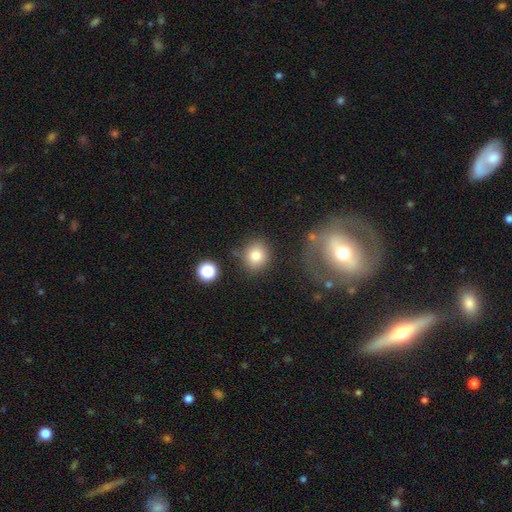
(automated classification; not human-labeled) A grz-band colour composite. It shows a smooth galaxy with no disk features (81%) that is round (80%). Merging: none (77%).